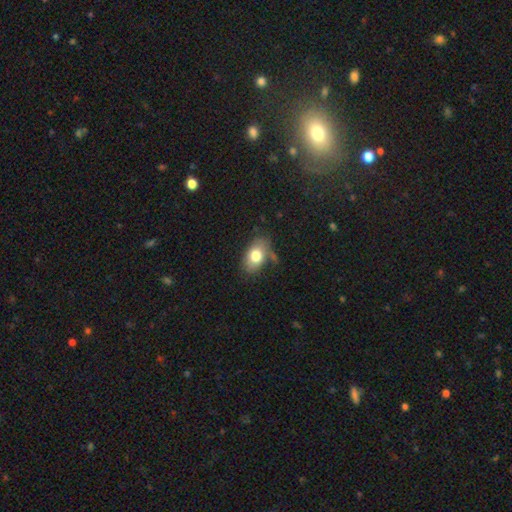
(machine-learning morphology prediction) Overall: smooth (77%). How rounded: in between (86%). Merging: none (60%; minor disturbance 25%).